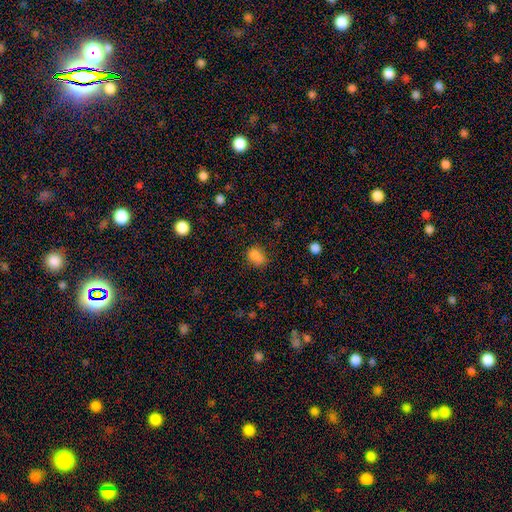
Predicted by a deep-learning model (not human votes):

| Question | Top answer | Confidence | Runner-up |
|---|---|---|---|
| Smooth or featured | smooth | 80% | star or artifact (13%) |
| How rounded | in between | 61% | round (38%) |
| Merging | none | 55% | minor disturbance (22%) |